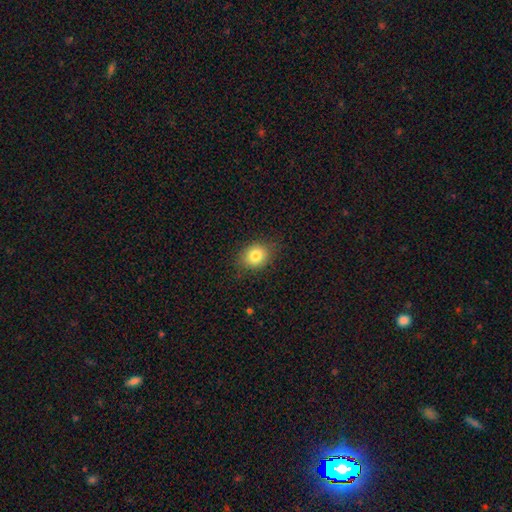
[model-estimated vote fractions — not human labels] A smooth galaxy with no disk features (82%) that is round (57%). Merging: none (83%).